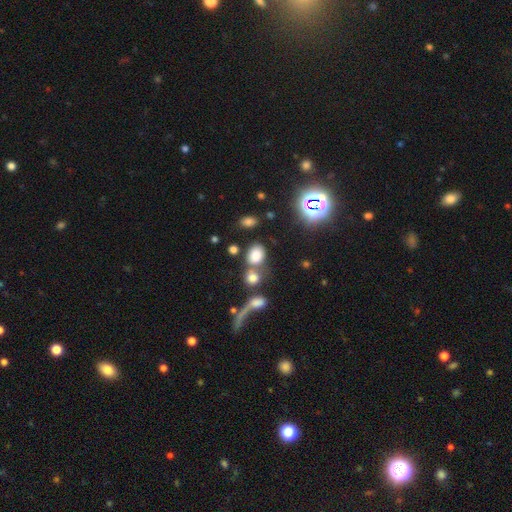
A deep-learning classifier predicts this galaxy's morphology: Smooth or featured: smooth — 76% (star or artifact — 14%)
How rounded: in between — 55% (round — 43%)
Merging: none — 45% (merger — 36%)